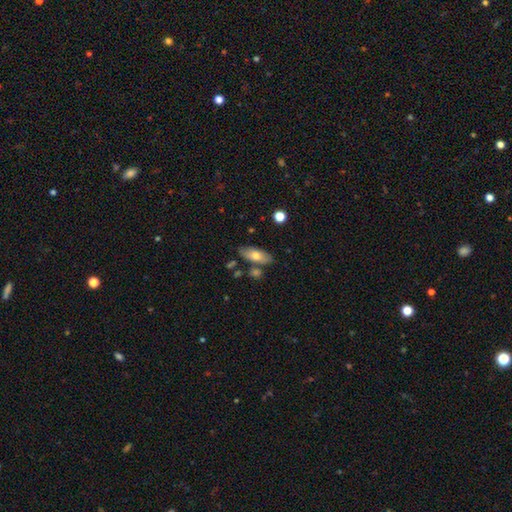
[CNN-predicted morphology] A smooth galaxy with no disk features (67%) that is in between round and cigar-shaped (80%).

Vote fractions:
- Smooth or featured? smooth: 67% / featured or disk: 26% / star or artifact: 7%
- How rounded? in between: 80% / cigar-shaped: 17% / round: 3%
- Merging? none: 74% / minor disturbance: 14% / merger: 9% / major disturbance: 3%